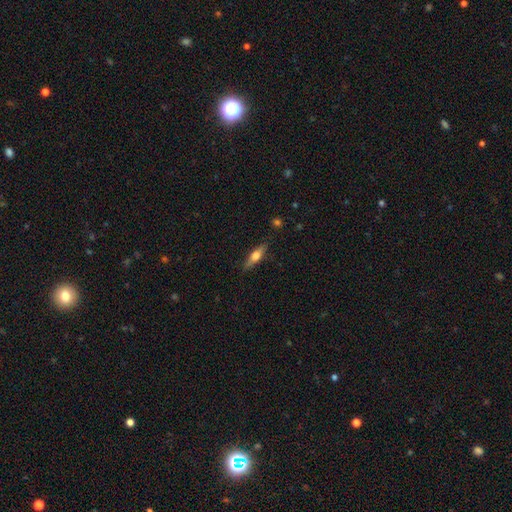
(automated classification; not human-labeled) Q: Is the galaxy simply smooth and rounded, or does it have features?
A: smooth — 56%.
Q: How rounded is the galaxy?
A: cigar-shaped — 57%.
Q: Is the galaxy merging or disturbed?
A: none — 83%.